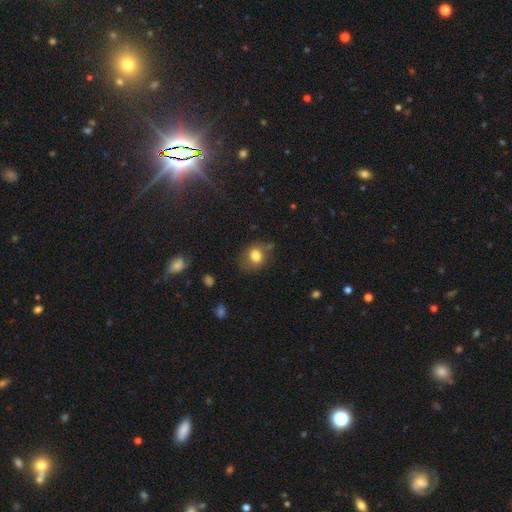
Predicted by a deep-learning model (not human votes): Smooth or featured? smooth (78%)
How rounded? round (60%)
Merging? none (61%)